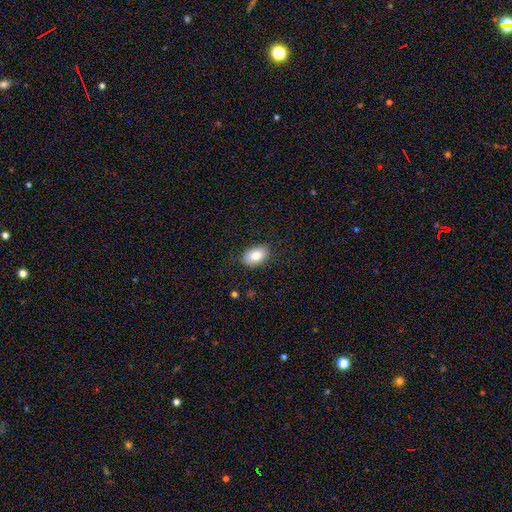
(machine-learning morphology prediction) This is clearly a smooth galaxy (83%). How rounded: clearly in between (88%). Merging: clearly none (84%).